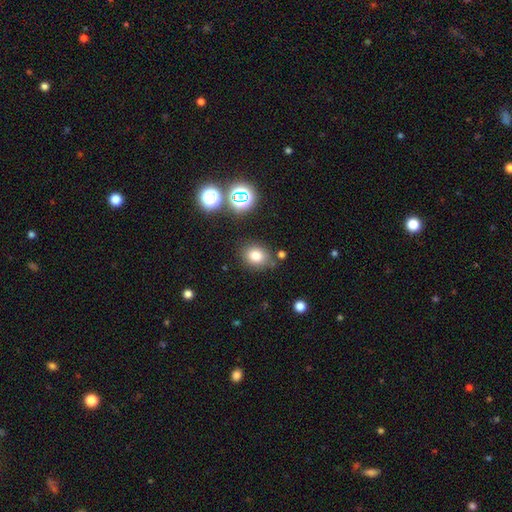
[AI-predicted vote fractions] Smooth or featured?
  - smooth: 78% *
  - star or artifact: 14%
  - featured or disk: 8%
How rounded?
  - round: 58% *
  - in between: 41%
  - cigar-shaped: 1%
Merging?
  - none: 78% *
  - minor disturbance: 13%
  - merger: 5%
  - major disturbance: 4%